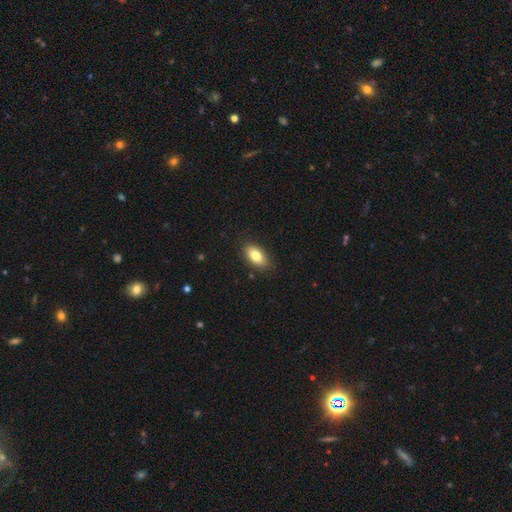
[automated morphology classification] A smooth galaxy with no disk features (81%) that is in between round and cigar-shaped (91%). Merging: none (86%).